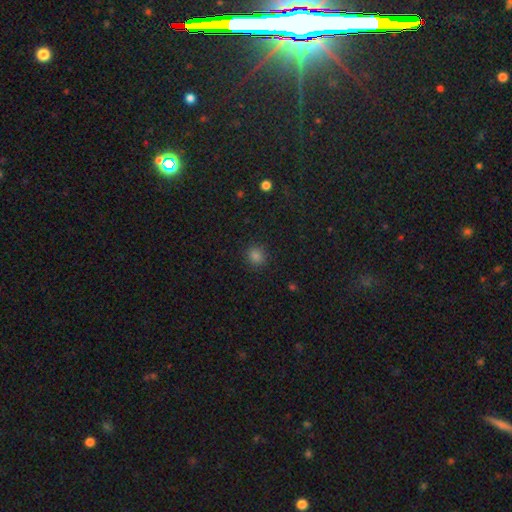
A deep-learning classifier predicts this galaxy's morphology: A smooth galaxy with no disk features (79%) that is round (83%). Merging: none (89%).